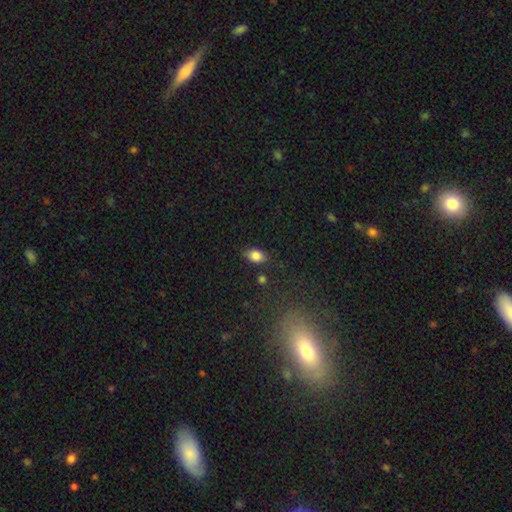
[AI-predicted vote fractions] A smooth galaxy with no disk features (84%) that is in between round and cigar-shaped (85%). Merging: none (81%).